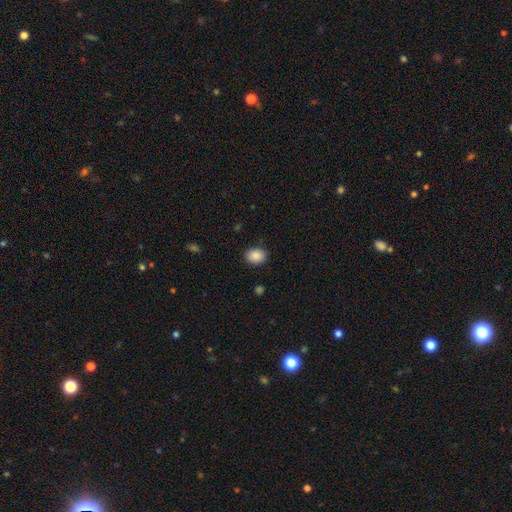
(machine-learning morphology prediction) Q: Smooth or featured?
A: smooth (89%); runner-up: star or artifact (8%)
Q: How rounded?
A: in between (65%); runner-up: round (35%)
Q: Merging?
A: none (87%); runner-up: minor disturbance (9%)